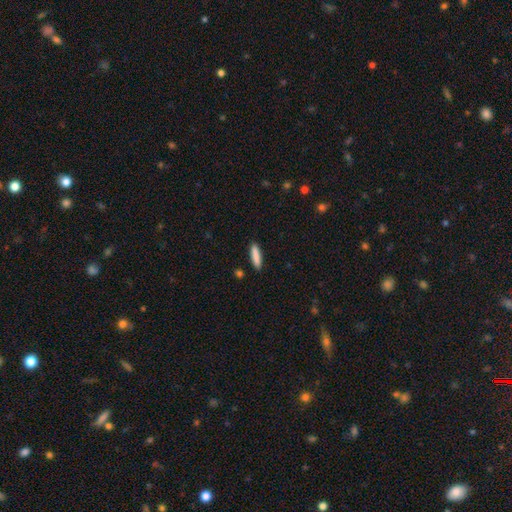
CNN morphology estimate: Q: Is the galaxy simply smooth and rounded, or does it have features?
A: smooth — 87%.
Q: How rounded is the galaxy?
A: cigar-shaped — 79%.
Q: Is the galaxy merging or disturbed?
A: none — 89%.